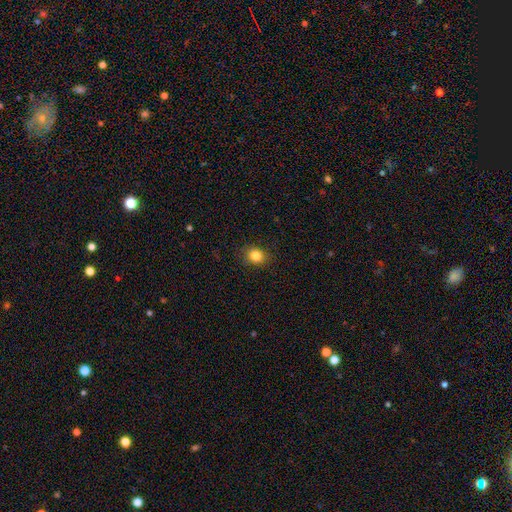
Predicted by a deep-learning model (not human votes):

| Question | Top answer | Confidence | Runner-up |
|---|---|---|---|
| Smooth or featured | smooth | 84% | star or artifact (11%) |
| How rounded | round | 59% | in between (40%) |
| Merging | none | 87% | minor disturbance (10%) |